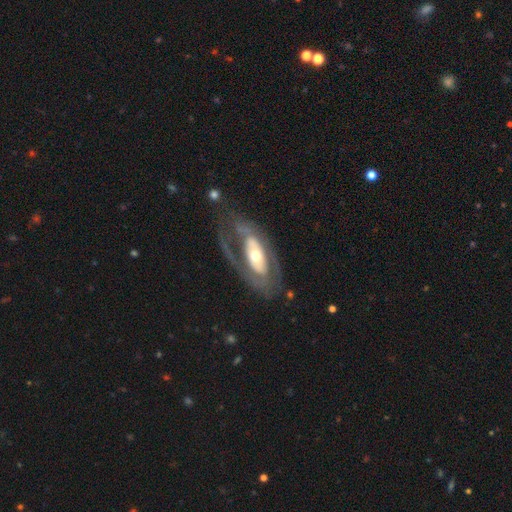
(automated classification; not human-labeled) Overall: featured or disk (75%). Edge-on disk: no (91%). Bar: no (62%). Spiral arms: yes (65%; no 35%). Bulge size: moderate (63%). Merging: none (54%; major disturbance 25%).